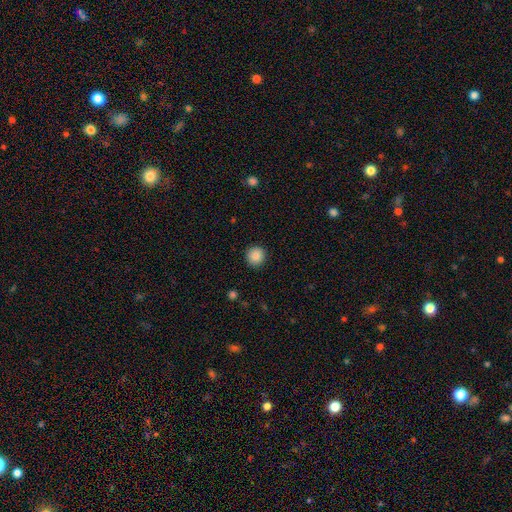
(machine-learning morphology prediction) smooth-or-featured: smooth: 88% | star or artifact: 9% | featured or disk: 3%
  how-rounded: round: 94% | in between: 6% | cigar-shaped: 1%
  merging: none: 91% | minor disturbance: 6% | major disturbance: 2% | merger: 1%